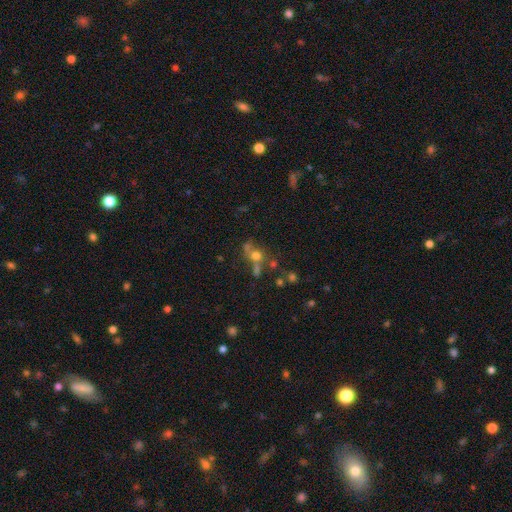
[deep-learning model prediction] smooth 56%, star or artifact 23%, featured or disk 22%. Down the decision tree: how rounded — round (76%); merging — none (43%).